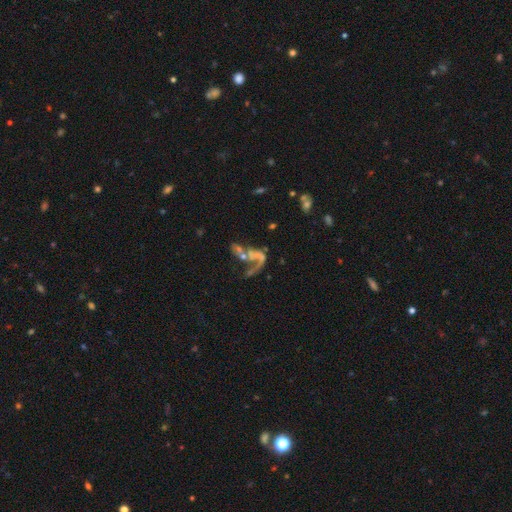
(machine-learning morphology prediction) This is likely a featured or disk galaxy (67%). It is clearly not viewed edge-on (97%). Bar: likely no (77%). Spiral arm pattern: possibly no (51%). Central bulge: likely none (61%). Merging: marginally merger (41%).